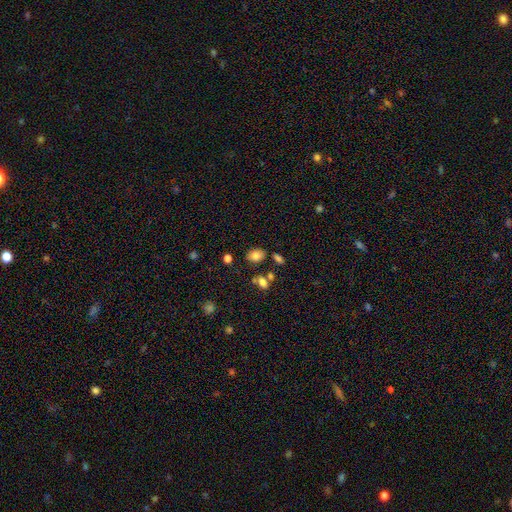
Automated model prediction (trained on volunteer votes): The model was most divided on "how rounded": in between: 71%, round: 28%, cigar-shaped: 1%. More confident: smooth or featured — smooth (80%); merging — none (77%).